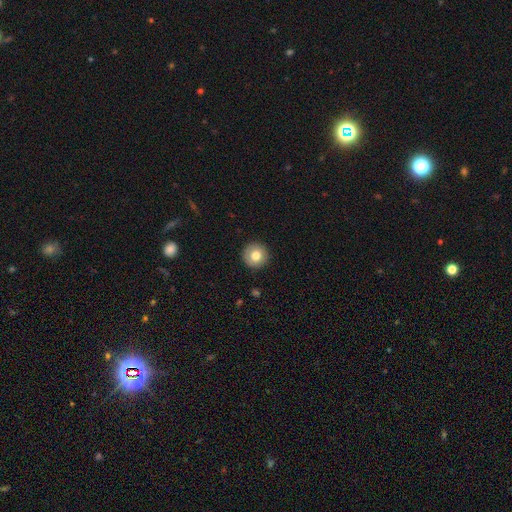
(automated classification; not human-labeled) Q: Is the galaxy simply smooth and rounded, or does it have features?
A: smooth — 78%.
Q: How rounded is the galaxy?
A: round — 95%.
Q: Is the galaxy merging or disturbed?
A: none — 91%.